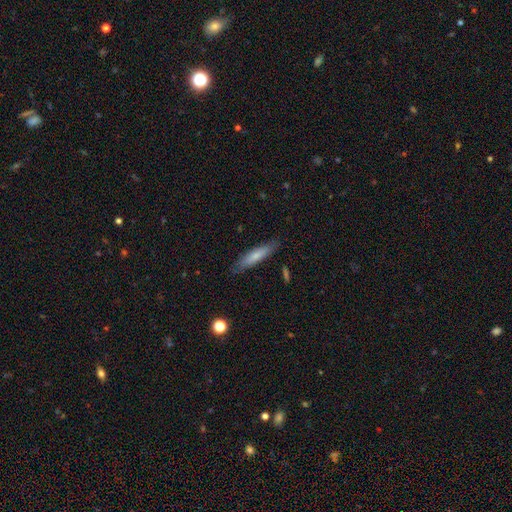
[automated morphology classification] Overall: smooth (72%). How rounded: cigar-shaped (80%). Merging: none (83%).